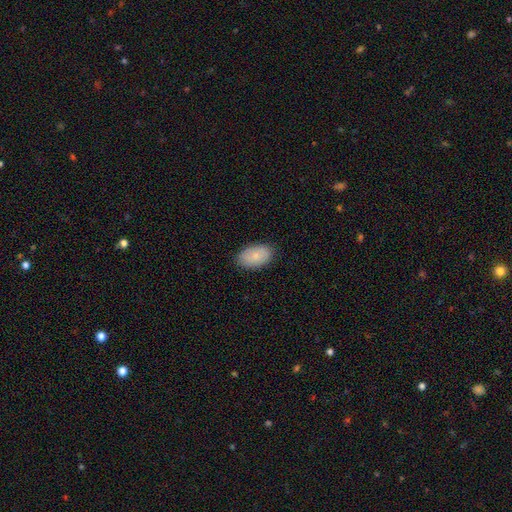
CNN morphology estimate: Q: Smooth or featured?
A: smooth (81%); runner-up: featured or disk (12%)
Q: How rounded?
A: in between (93%); runner-up: round (6%)
Q: Merging?
A: none (86%); runner-up: minor disturbance (11%)